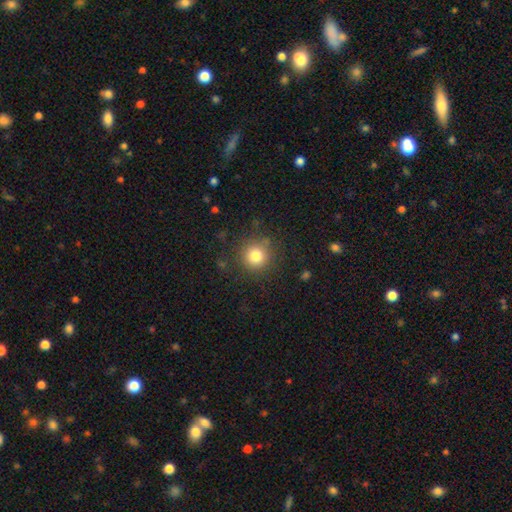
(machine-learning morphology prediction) smooth 81%, star or artifact 12%, featured or disk 7%. Down the decision tree: how rounded — round (93%); merging — none (85%).